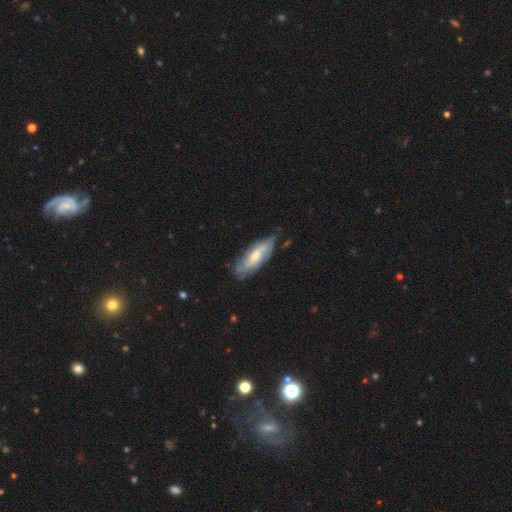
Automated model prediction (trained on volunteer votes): A featured or disk galaxy (57%).

Vote fractions:
- Smooth or featured? featured or disk: 57% / smooth: 37% / star or artifact: 6%
- Edge-on disk? no: 73% / yes: 27%
- Merging? none: 69% / minor disturbance: 23% / major disturbance: 6% / merger: 2%